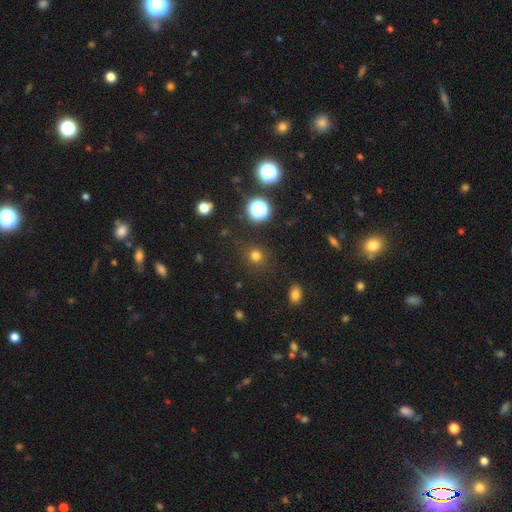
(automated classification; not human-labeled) A smooth galaxy with no disk features (75%) that is round (90%).

Vote fractions:
- Smooth or featured? smooth: 75% / star or artifact: 20% / featured or disk: 5%
- How rounded? round: 90% / in between: 9% / cigar-shaped: 1%
- Merging? none: 88% / minor disturbance: 7% / major disturbance: 3% / merger: 2%